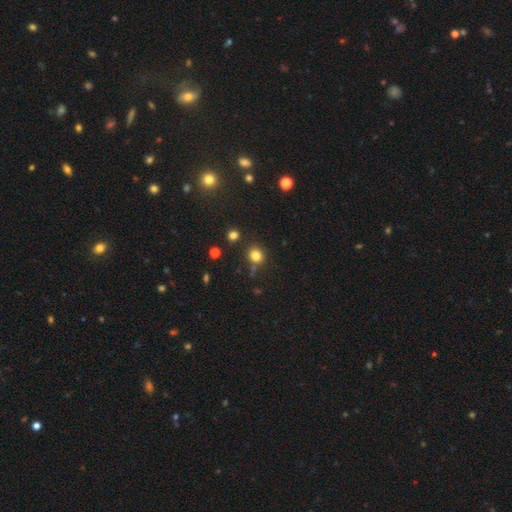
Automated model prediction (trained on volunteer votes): A smooth galaxy with no disk features (81%) that is round (86%). Merging: none (78%).